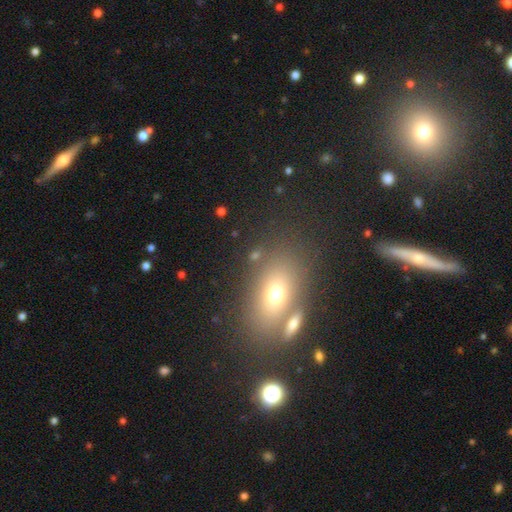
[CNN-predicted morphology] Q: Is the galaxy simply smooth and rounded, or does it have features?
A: smooth — 64%.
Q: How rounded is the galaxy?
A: in between — 71%.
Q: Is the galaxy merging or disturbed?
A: none — 64%.